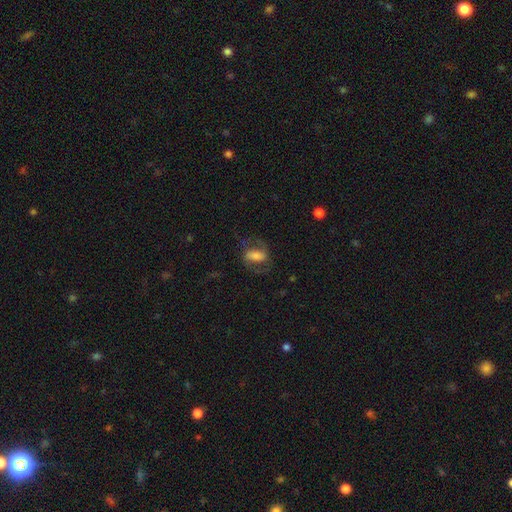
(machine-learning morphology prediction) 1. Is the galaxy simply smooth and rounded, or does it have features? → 53% featured or disk, 39% smooth, 8% star or artifact.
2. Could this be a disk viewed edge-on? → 94% no, 6% yes.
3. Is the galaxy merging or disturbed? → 62% none, 19% major disturbance, 18% minor disturbance, 2% merger.